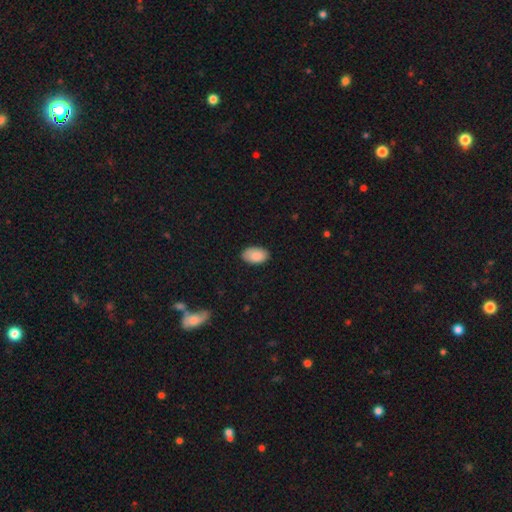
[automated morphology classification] Smooth or featured?
  - smooth: 89% *
  - star or artifact: 6%
  - featured or disk: 5%
How rounded?
  - in between: 94% *
  - round: 5%
  - cigar-shaped: 1%
Merging?
  - none: 85% *
  - minor disturbance: 12%
  - major disturbance: 2%
  - merger: 1%